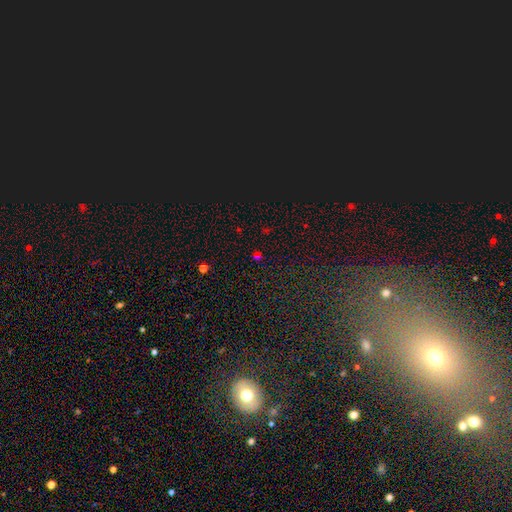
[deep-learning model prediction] The model was most divided on "smooth or featured": smooth: 48%, star or artifact: 47%, featured or disk: 6%. More confident: merging — none (83%).